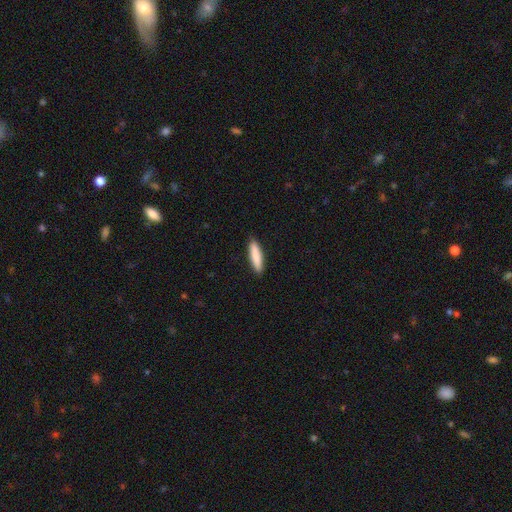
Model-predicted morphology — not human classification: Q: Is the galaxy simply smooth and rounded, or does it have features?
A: smooth — 86%.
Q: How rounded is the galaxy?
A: cigar-shaped — 78%.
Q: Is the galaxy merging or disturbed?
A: none — 91%.